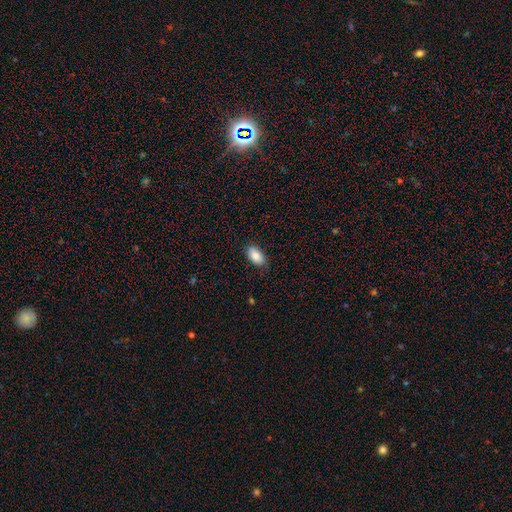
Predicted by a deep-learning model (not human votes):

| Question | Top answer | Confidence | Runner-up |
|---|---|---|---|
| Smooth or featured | smooth | 85% | featured or disk (8%) |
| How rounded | in between | 93% | round (4%) |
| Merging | none | 84% | minor disturbance (13%) |